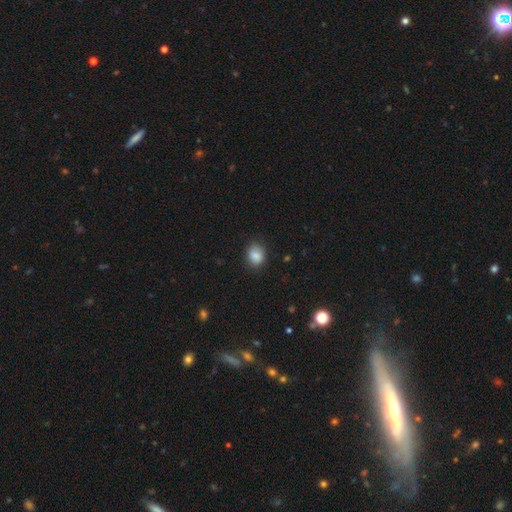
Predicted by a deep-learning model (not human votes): A smooth galaxy with no disk features (86%) that is round (52%). Merging: none (81%).